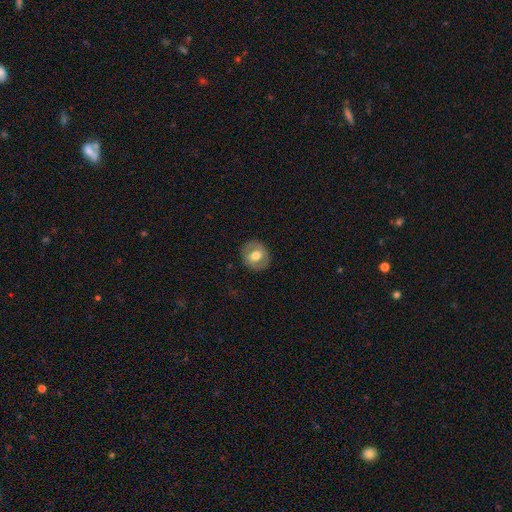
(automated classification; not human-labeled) Q: Smooth or featured?
A: smooth (59%); runner-up: featured or disk (33%)
Q: How rounded?
A: round (76%); runner-up: in between (23%)
Q: Merging?
A: none (86%); runner-up: minor disturbance (10%)